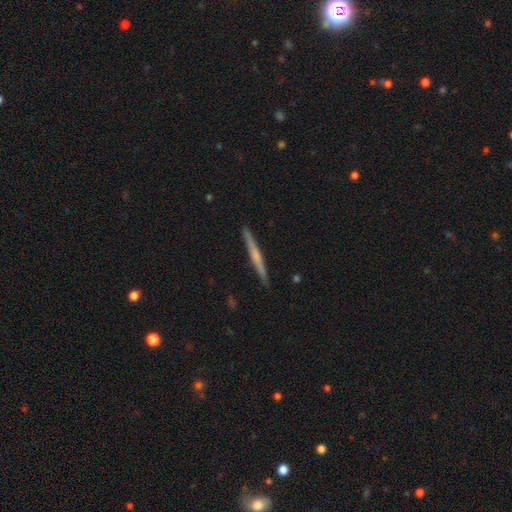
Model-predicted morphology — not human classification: type=featured or disk (59%); edge-on=yes (98%); edge-on bulge=none (46%); merging=none (92%).